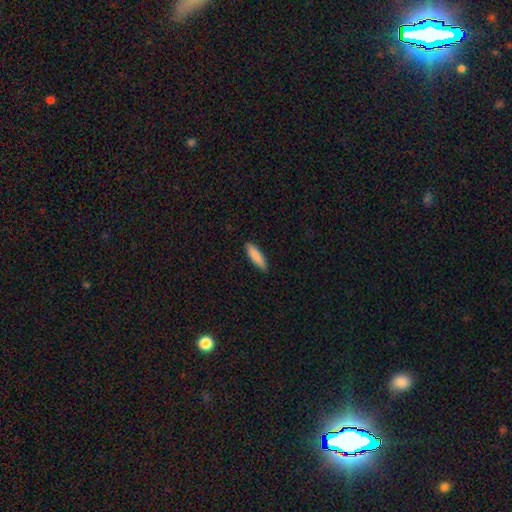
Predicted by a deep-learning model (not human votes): smooth 87%, featured or disk 7%, star or artifact 6%. Down the decision tree: how rounded — cigar-shaped (62%); merging — none (86%).